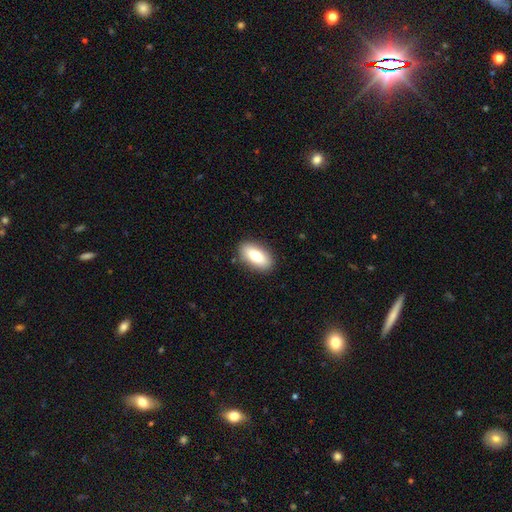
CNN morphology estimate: A smooth galaxy with no disk features (74%) that is in between round and cigar-shaped (89%).

Vote fractions:
- Smooth or featured? smooth: 74% / featured or disk: 19% / star or artifact: 7%
- How rounded? in between: 89% / cigar-shaped: 6% / round: 5%
- Merging? none: 88% / minor disturbance: 9% / major disturbance: 2% / merger: 1%